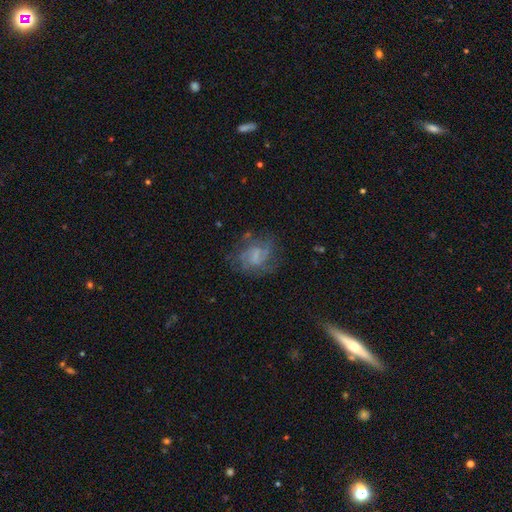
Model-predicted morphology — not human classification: This appears to be a featured or disk galaxy (63%) with no bar (50%), spiral arms (76%) and no central bulge (54%). Merging: none (59%).